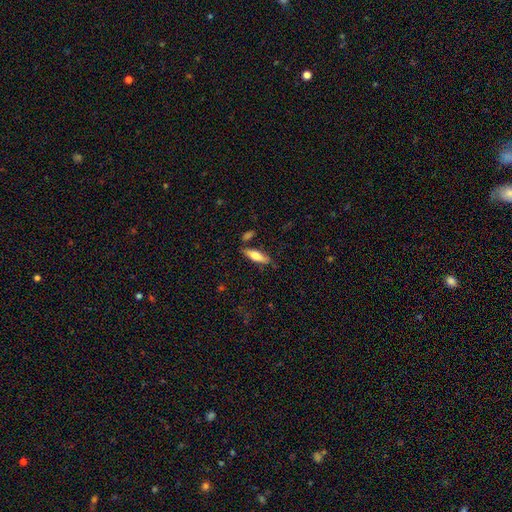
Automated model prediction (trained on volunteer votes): smooth-or-featured: smooth: 62% | featured or disk: 32% | star or artifact: 6%
  how-rounded: cigar-shaped: 52% | in between: 46% | round: 2%
  merging: none: 80% | minor disturbance: 13% | merger: 5% | major disturbance: 3%